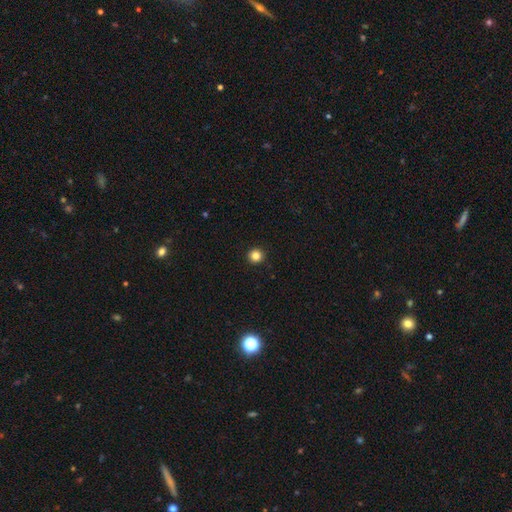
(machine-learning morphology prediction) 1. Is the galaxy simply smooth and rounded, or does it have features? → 83% smooth, 12% star or artifact, 4% featured or disk.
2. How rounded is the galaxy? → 96% round, 4% in between, 1% cigar-shaped.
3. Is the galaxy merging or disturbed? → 94% none, 4% minor disturbance, 1% major disturbance, 1% merger.